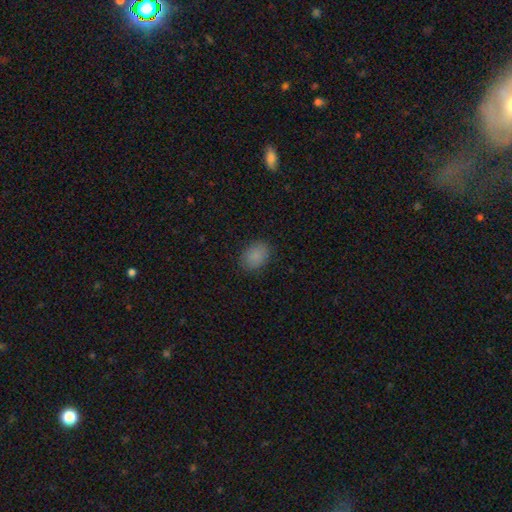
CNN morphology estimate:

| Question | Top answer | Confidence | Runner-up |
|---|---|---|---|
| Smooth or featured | smooth | 87% | star or artifact (9%) |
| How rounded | in between | 69% | round (30%) |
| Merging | none | 85% | minor disturbance (11%) |